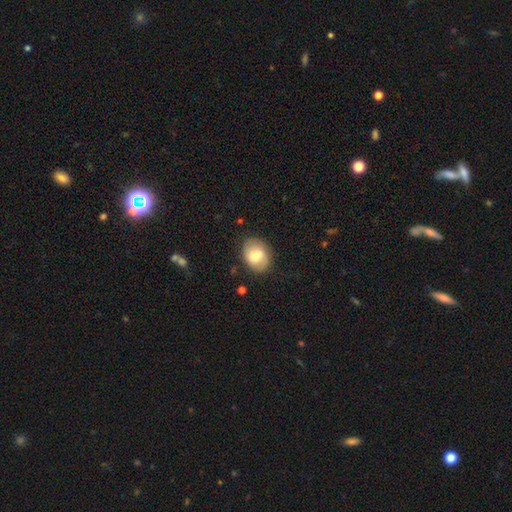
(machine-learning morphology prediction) smooth_or_featured: smooth (p=0.67) [alt: featured or disk p=0.26]
how_rounded: in between (p=0.64) [alt: round p=0.35]
merging: none (p=0.81) [alt: minor disturbance p=0.14]